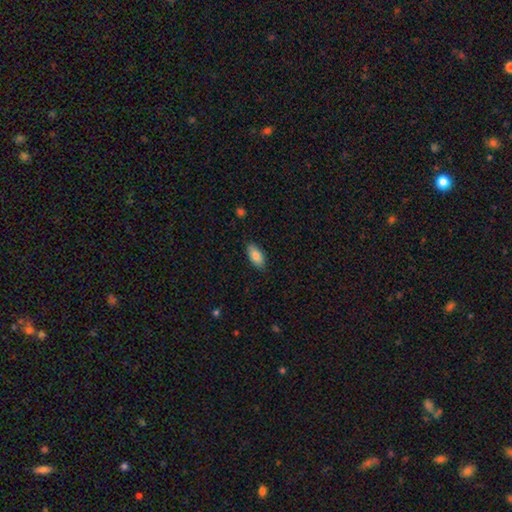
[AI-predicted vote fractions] smooth 84%, featured or disk 10%, star or artifact 7%. Down the decision tree: how rounded — in between (90%); merging — none (86%).